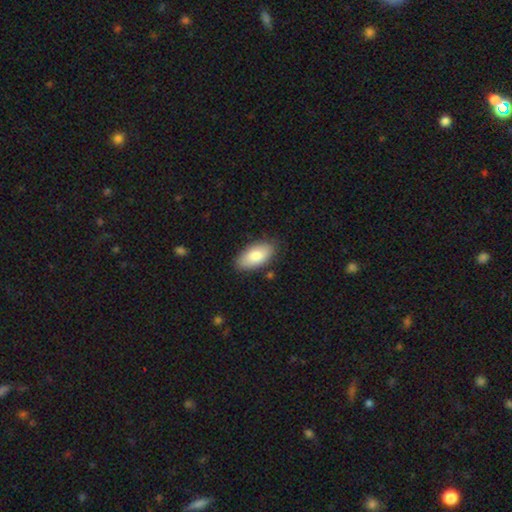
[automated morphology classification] A smooth galaxy with no disk features (83%) that is in between round and cigar-shaped (93%).

Vote fractions:
- Smooth or featured? smooth: 83% / featured or disk: 11% / star or artifact: 6%
- How rounded? in between: 93% / cigar-shaped: 5% / round: 2%
- Merging? none: 84% / minor disturbance: 12% / major disturbance: 2% / merger: 2%